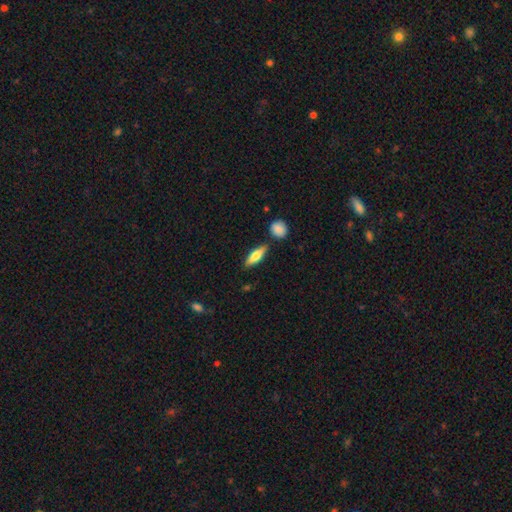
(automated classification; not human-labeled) This appears to be a smooth galaxy with no disk features (64%) that is cigar-shaped (51%). Merging: none (83%).